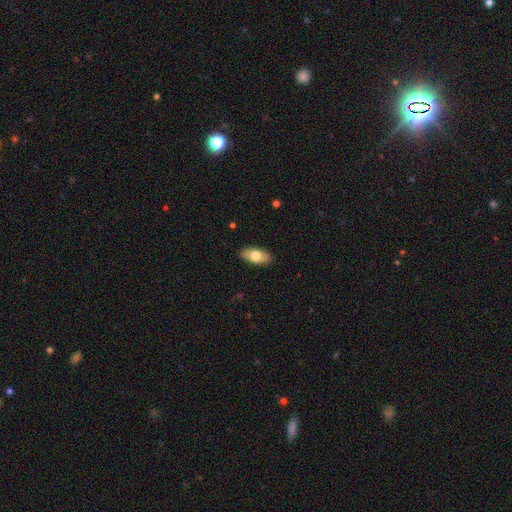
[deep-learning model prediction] Overall: smooth (74%). How rounded: in between (90%). Merging: none (89%).